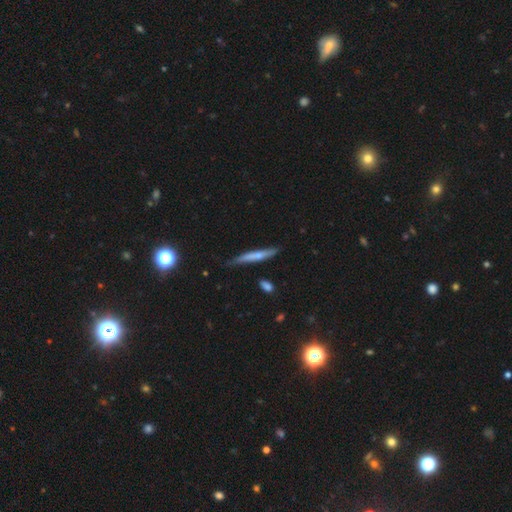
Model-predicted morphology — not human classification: Q: Smooth or featured?
A: smooth (54%); runner-up: featured or disk (40%)
Q: How rounded?
A: cigar-shaped (93%); runner-up: in between (5%)
Q: Merging?
A: none (69%); runner-up: minor disturbance (24%)